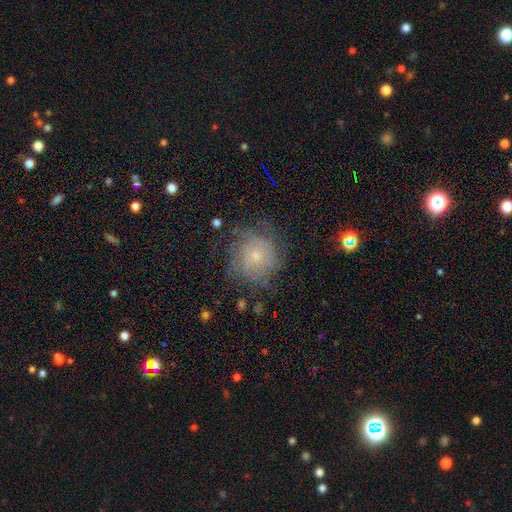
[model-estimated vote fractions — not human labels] Smooth or featured? featured or disk (50%)
Edge-on disk? no (97%)
Merging? none (64%)